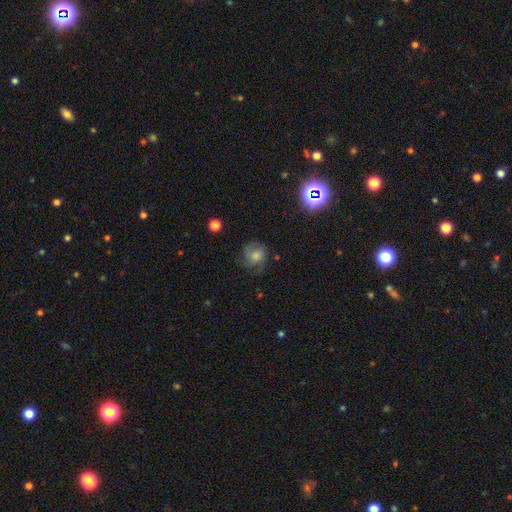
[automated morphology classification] This appears to be a featured or disk galaxy (50%). Merging: none (71%).